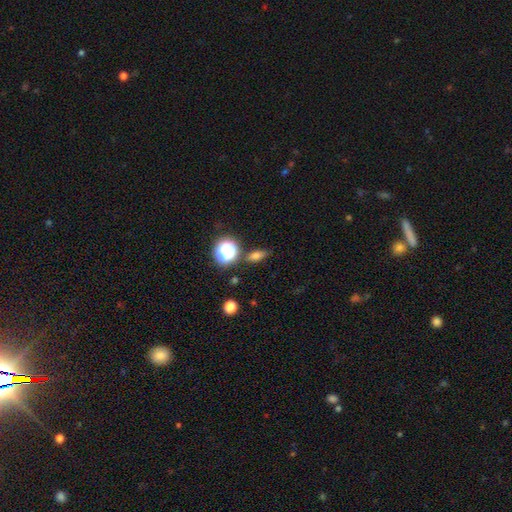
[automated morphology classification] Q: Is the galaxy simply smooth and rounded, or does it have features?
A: smooth — 71%.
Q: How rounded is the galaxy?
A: in between — 64%.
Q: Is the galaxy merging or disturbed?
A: none — 78%.